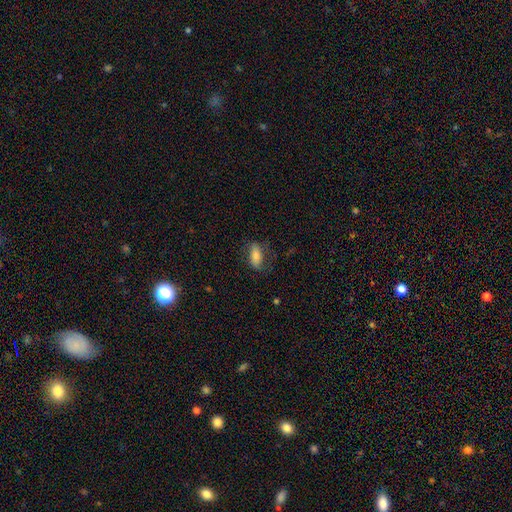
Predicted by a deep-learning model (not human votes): Smooth or featured?
  - smooth: 73% *
  - featured or disk: 19%
  - star or artifact: 8%
How rounded?
  - in between: 80% *
  - cigar-shaped: 16%
  - round: 4%
Merging?
  - none: 70% *
  - minor disturbance: 20%
  - major disturbance: 9%
  - merger: 1%